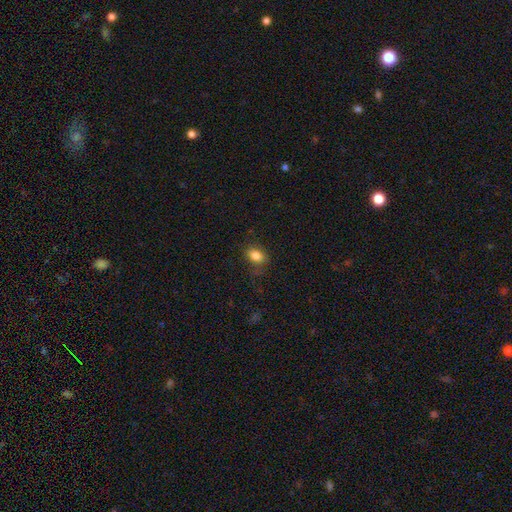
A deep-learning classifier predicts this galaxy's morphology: This is clearly a smooth galaxy (85%). How rounded: likely in between (76%). Merging: likely none (80%).